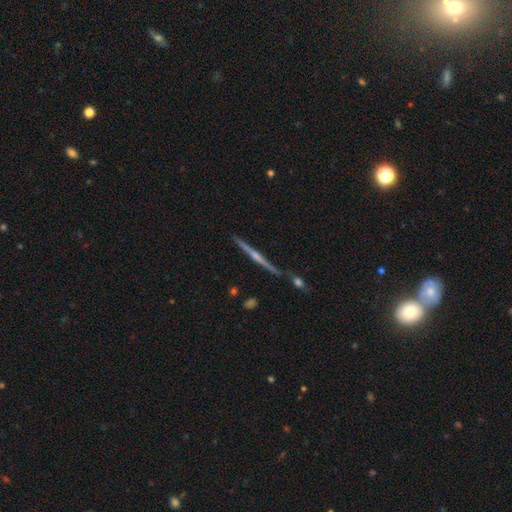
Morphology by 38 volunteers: A featured or disk galaxy (84%) viewed edge-on (97%) with a rounded central bulge (77%). Merging: none (86%).